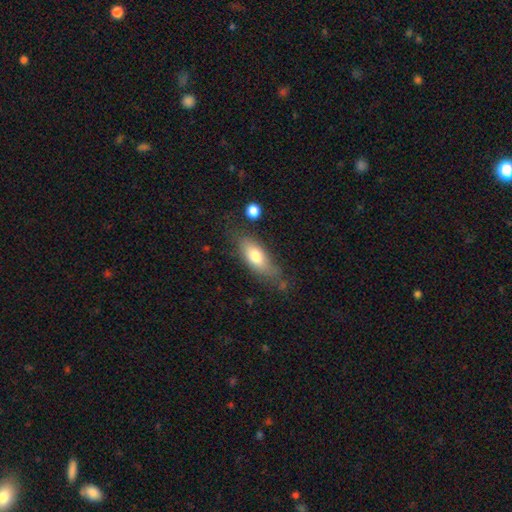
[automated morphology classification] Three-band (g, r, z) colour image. It shows a smooth galaxy with no disk features (72%) that is in between round and cigar-shaped (77%). Merging: none (64%).